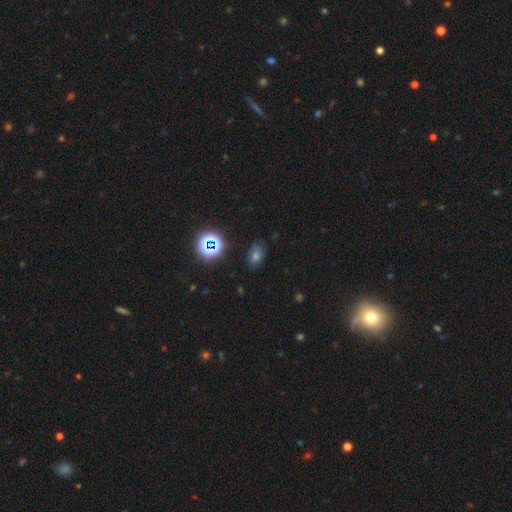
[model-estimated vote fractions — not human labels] Smooth or featured: smooth — 50% (star or artifact — 39%)
How rounded: in between — 73% (round — 25%)
Merging: none — 83% (minor disturbance — 11%)